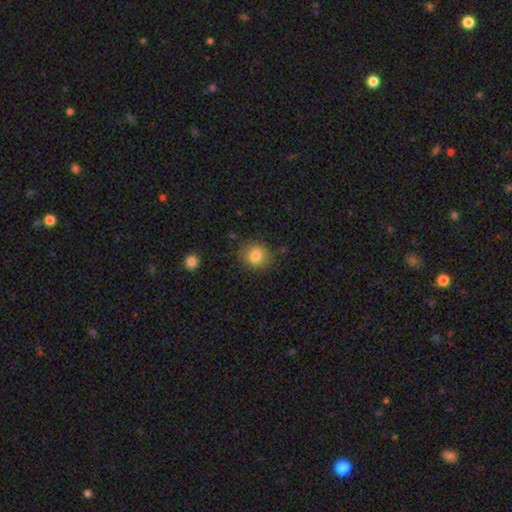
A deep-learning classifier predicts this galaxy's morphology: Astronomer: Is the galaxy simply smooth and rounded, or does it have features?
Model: smooth — 82%.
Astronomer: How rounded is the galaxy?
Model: round — 75%.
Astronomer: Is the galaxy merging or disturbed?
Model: none — 81%.